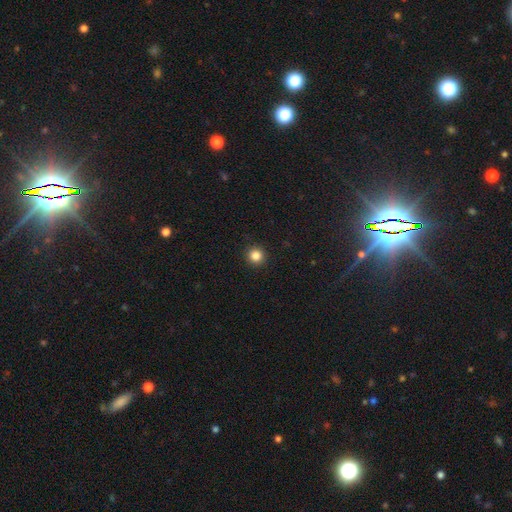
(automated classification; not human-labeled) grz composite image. It shows a smooth galaxy with no disk features (84%) that is round (95%). Merging: none (93%).